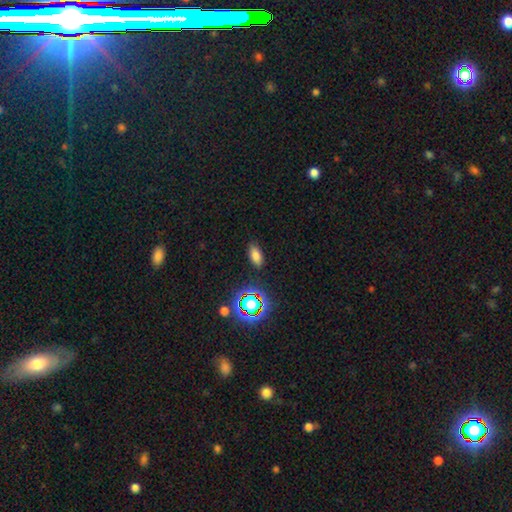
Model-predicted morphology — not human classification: Smooth or featured? smooth (75%)
How rounded? in between (89%)
Merging? none (86%)